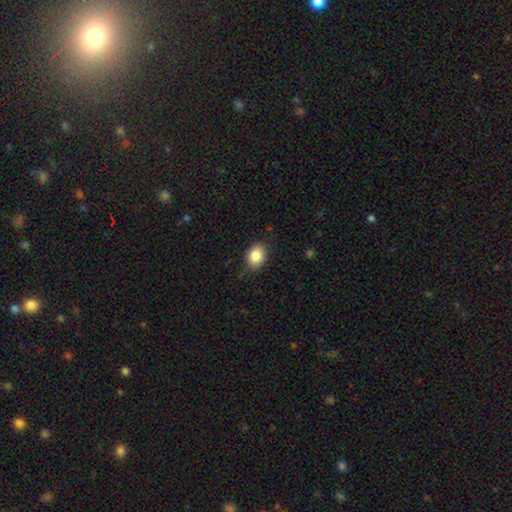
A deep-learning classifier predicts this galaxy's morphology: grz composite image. It shows a smooth galaxy with no disk features (85%) that is in between round and cigar-shaped (67%). Merging: none (80%).